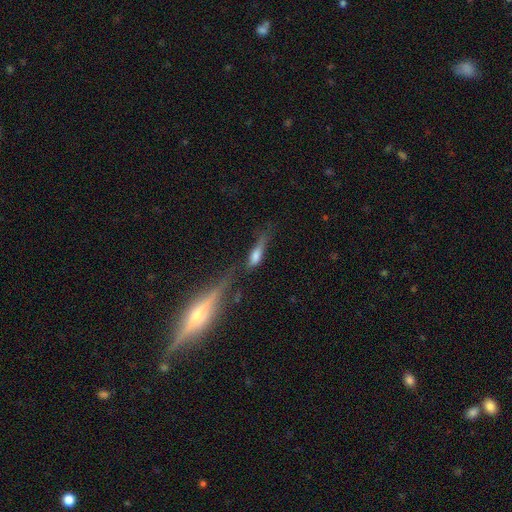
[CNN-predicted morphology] This is possibly a smooth galaxy (55%). How rounded: possibly cigar-shaped (60%). Merging: marginally none (36%).